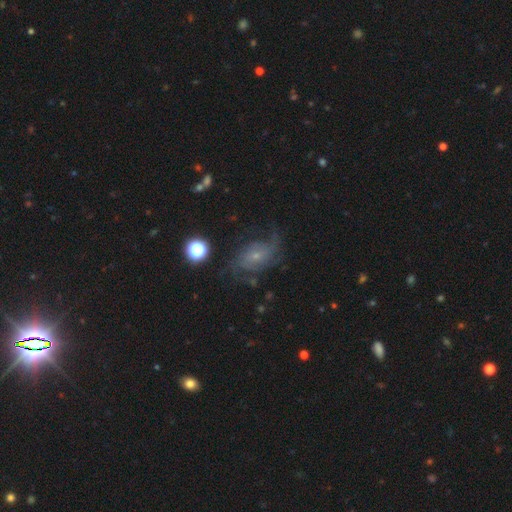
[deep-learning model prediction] Smooth or featured?
  - featured or disk: 68% *
  - smooth: 19%
  - star or artifact: 13%
Edge-on disk?
  - no: 96% *
  - yes: 4%
Bar?
  - no: 70% *
  - weak: 25%
  - strong: 5%
Spiral arms?
  - yes: 86% *
  - no: 14%
Spiral winding?
  - medium: 40% *
  - loose: 33%
  - tight: 27%
Spiral arm count?
  - 2: 44% *
  - can't tell: 29%
  - 1: 10%
  - 3: 8%
  - 4: 4%
  - more than 4: 4%
Bulge size?
  - small: 72% *
  - moderate: 20%
  - none: 4%
  - large: 2%
  - dominant: 1%
Merging?
  - none: 56% *
  - minor disturbance: 22%
  - major disturbance: 20%
  - merger: 2%